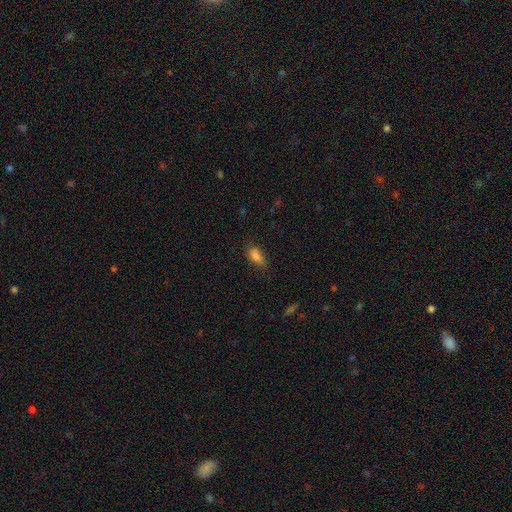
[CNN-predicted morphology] type=smooth (83%); roundness=in between (83%); merging=none (59%).